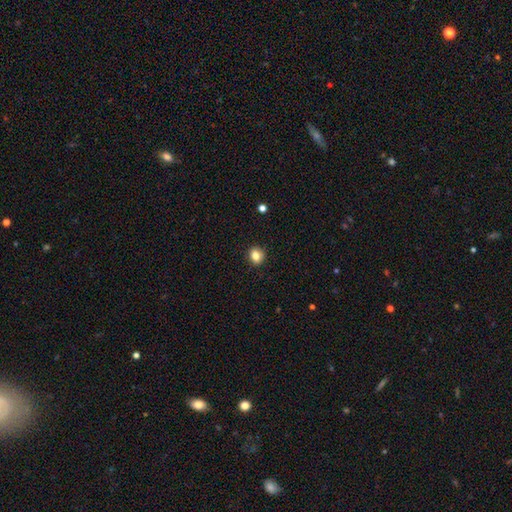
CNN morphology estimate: The model was most divided on "how rounded": round: 70%, in between: 29%, cigar-shaped: 1%. More confident: merging — none (89%); smooth or featured — smooth (82%).